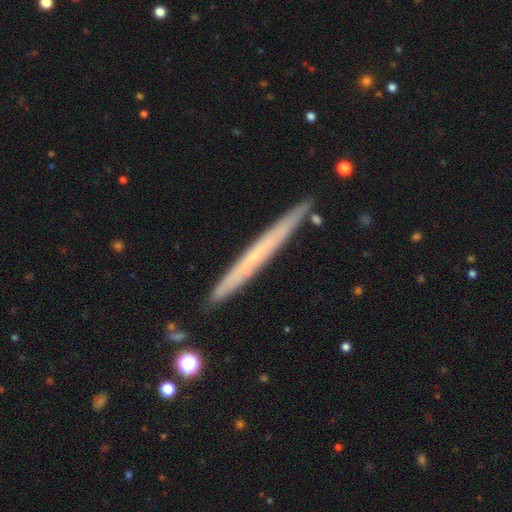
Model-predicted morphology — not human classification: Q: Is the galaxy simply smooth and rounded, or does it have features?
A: featured or disk — 54%.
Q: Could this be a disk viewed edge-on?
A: yes — 95%.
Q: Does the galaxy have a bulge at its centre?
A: none — 86%.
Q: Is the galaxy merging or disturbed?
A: none — 90%.